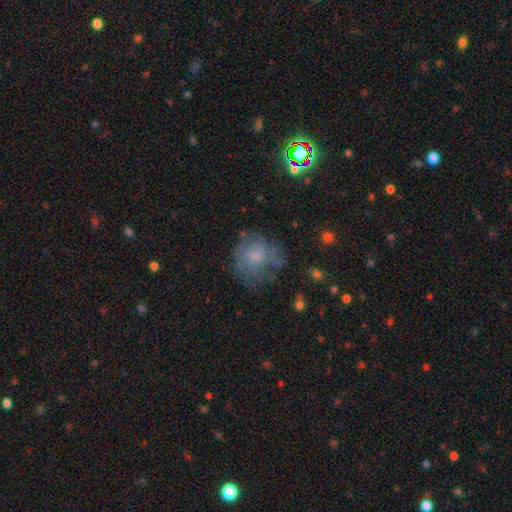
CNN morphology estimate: This is possibly a smooth galaxy (49%). Merging: possibly none (52%).